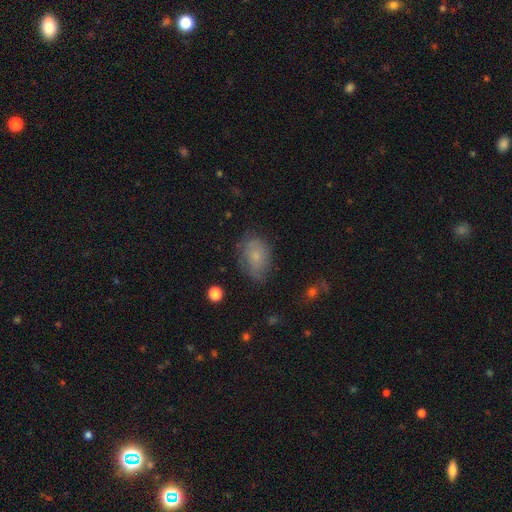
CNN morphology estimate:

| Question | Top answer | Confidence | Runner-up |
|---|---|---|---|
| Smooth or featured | smooth | 68% | featured or disk (22%) |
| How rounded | in between | 77% | round (22%) |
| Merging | none | 58% | minor disturbance (30%) |